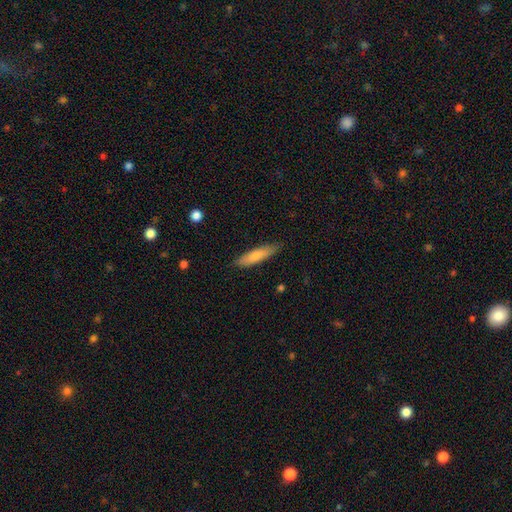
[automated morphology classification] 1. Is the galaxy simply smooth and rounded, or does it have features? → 77% smooth, 17% featured or disk, 6% star or artifact.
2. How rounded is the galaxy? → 75% cigar-shaped, 23% in between, 1% round.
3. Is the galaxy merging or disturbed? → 82% none, 14% minor disturbance, 2% major disturbance, 1% merger.